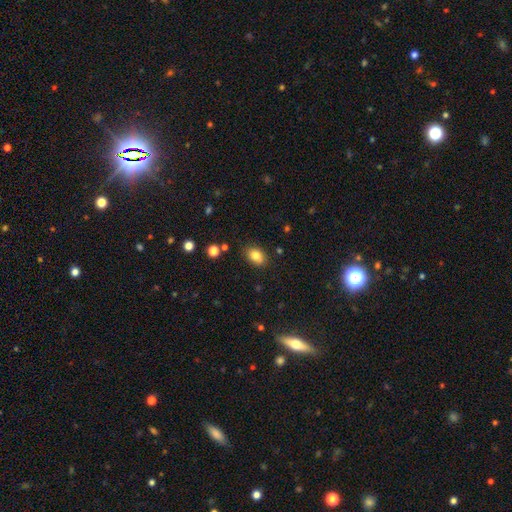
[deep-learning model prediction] This is clearly a smooth galaxy (82%). How rounded: likely in between (76%). Merging: clearly none (82%).